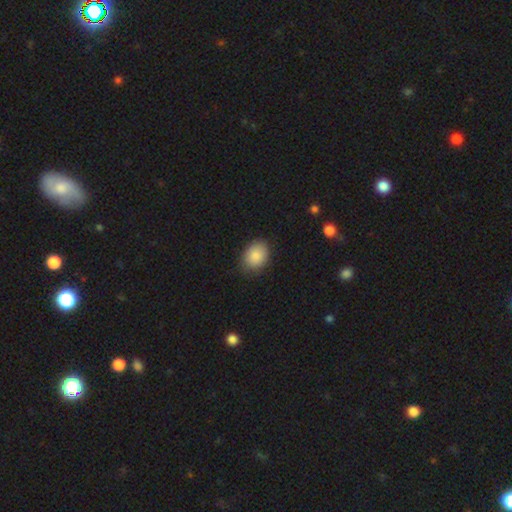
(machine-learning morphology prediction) Overall: smooth (86%). How rounded: in between (63%; round 36%). Merging: none (83%).